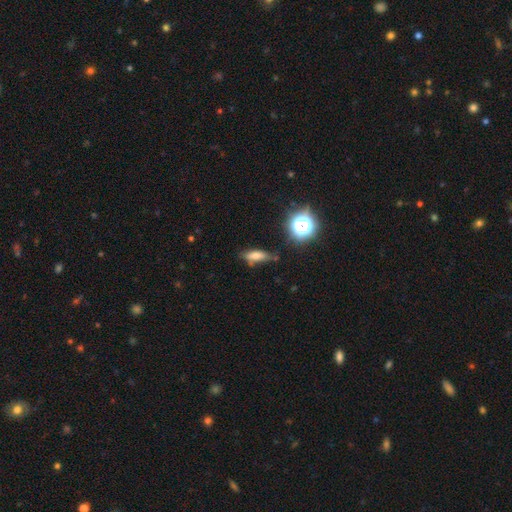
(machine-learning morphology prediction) This appears to be a smooth galaxy with no disk features (67%) that is in between round and cigar-shaped (53%). Merging: none (60%).